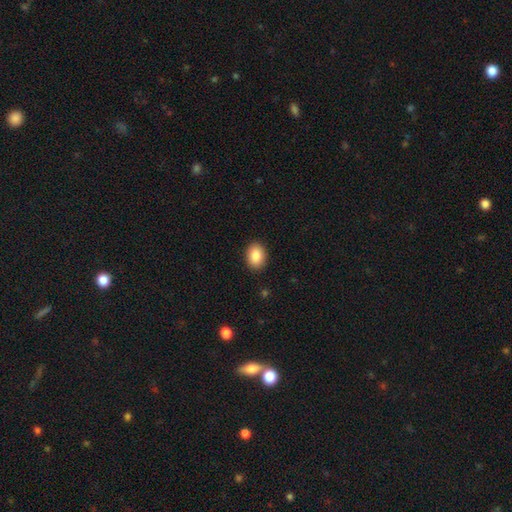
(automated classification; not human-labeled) A smooth galaxy with no disk features (87%) that is in between round and cigar-shaped (72%). Merging: none (90%).